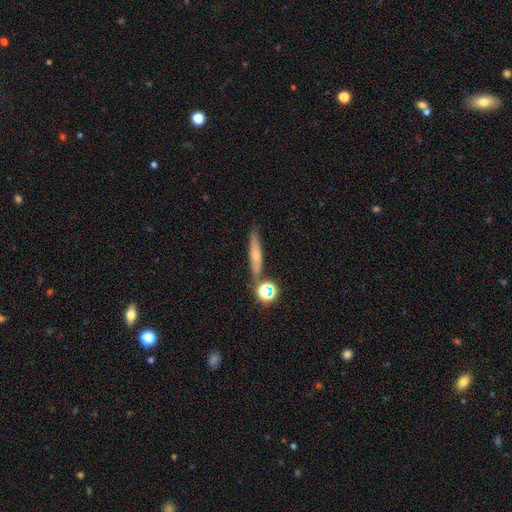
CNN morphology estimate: Smooth or featured?
  - smooth: 52% *
  - featured or disk: 35%
  - star or artifact: 13%
How rounded?
  - cigar-shaped: 79% *
  - in between: 14%
  - round: 8%
Merging?
  - none: 75% *
  - minor disturbance: 12%
  - merger: 10%
  - major disturbance: 3%